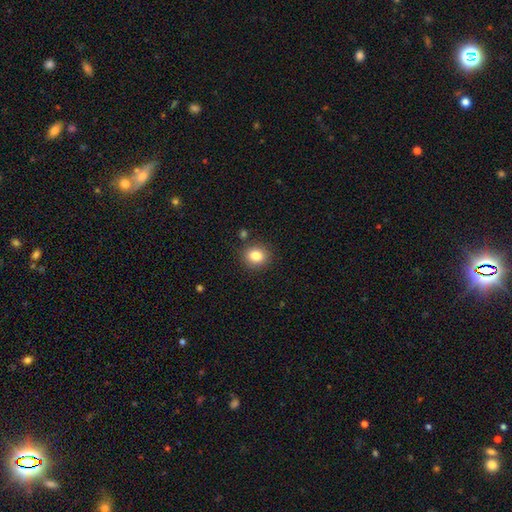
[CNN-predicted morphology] type=smooth (83%); roundness=round (69%); merging=none (85%).